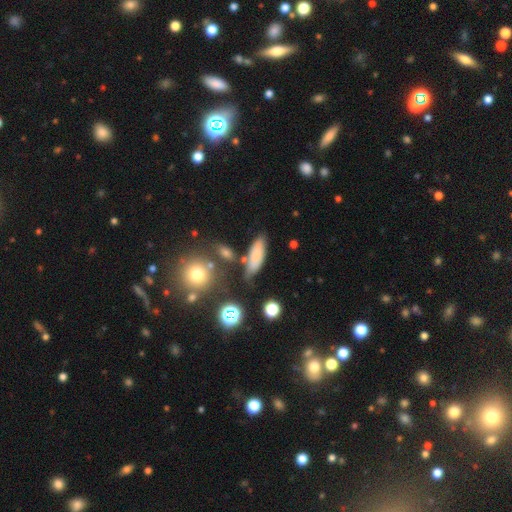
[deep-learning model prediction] smooth_or_featured: smooth (p=0.74) [alt: featured or disk p=0.16]
how_rounded: in between (p=0.62) [alt: cigar-shaped p=0.35]
merging: none (p=0.67) [alt: minor disturbance p=0.18]